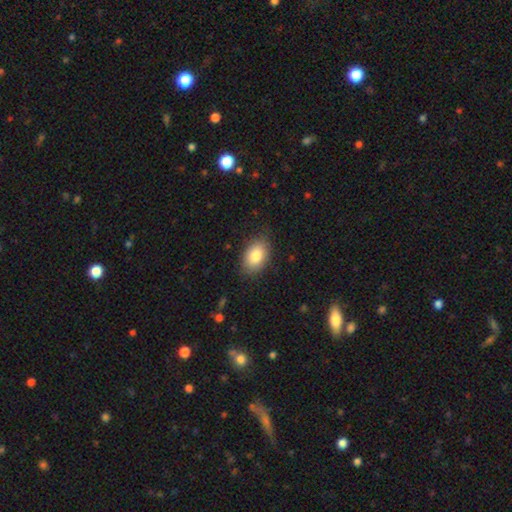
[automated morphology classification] Overall: smooth (83%). How rounded: in between (89%). Merging: none (81%).